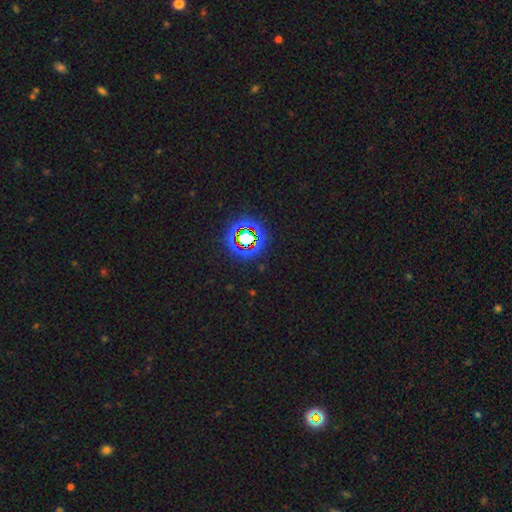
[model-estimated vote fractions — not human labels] smooth-or-featured: star or artifact: 74% | smooth: 15% | featured or disk: 11%